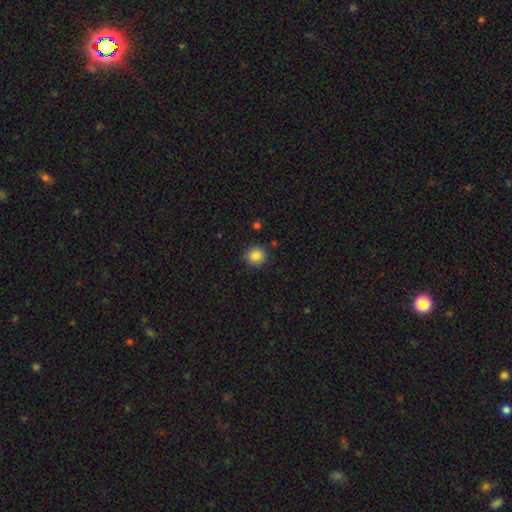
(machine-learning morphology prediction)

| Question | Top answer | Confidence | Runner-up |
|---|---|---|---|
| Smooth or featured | smooth | 85% | star or artifact (10%) |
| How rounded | round | 91% | in between (8%) |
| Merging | none | 87% | minor disturbance (9%) |